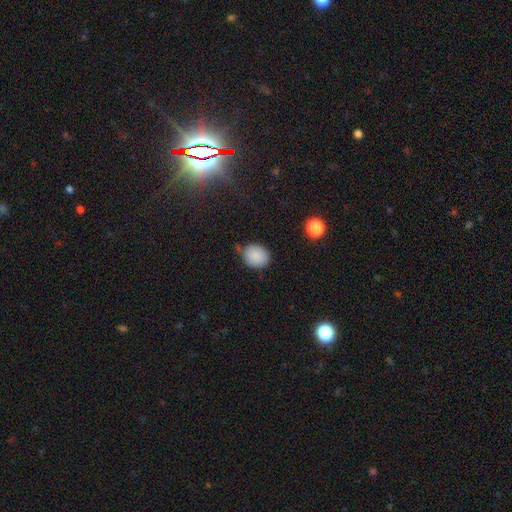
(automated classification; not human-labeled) This is clearly a smooth galaxy (87%). How rounded: likely round (70%). Merging: likely none (71%).